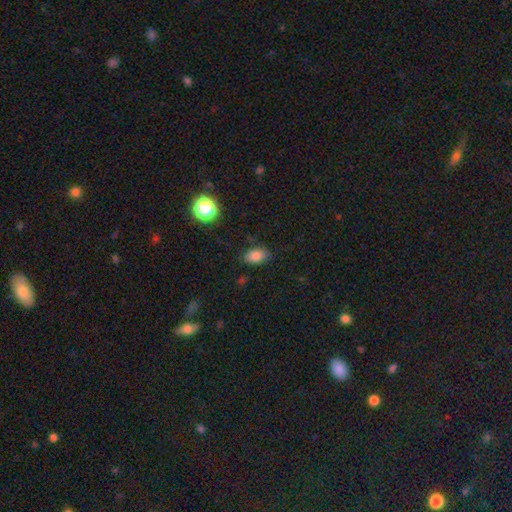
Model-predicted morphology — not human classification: Q: Smooth or featured?
A: smooth (82%); runner-up: star or artifact (12%)
Q: How rounded?
A: in between (87%); runner-up: round (12%)
Q: Merging?
A: none (82%); runner-up: minor disturbance (13%)